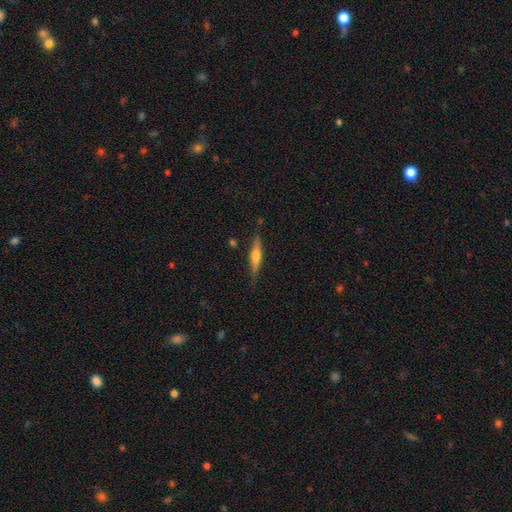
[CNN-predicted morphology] This appears to be a featured or disk galaxy (62%) viewed edge-on (96%) with a rounded central bulge (86%). Merging: none (84%).